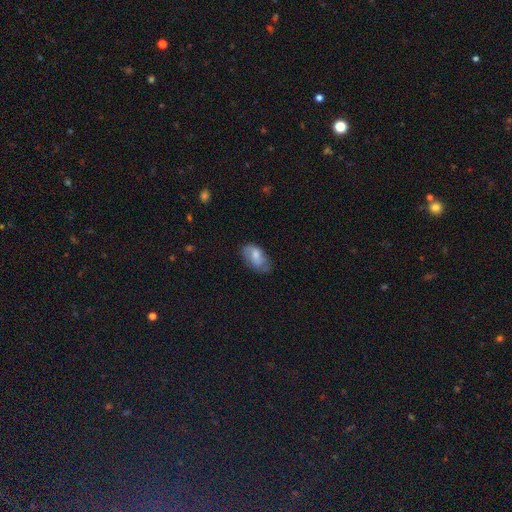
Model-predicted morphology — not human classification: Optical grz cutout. It shows a smooth galaxy with no disk features (64%) that is in between round and cigar-shaped (93%). Merging: none (59%).